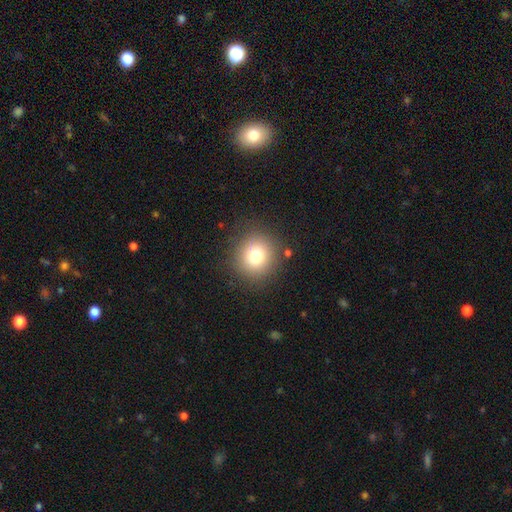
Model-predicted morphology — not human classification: This is likely a smooth galaxy (78%). How rounded: clearly round (91%). Merging: clearly none (86%).